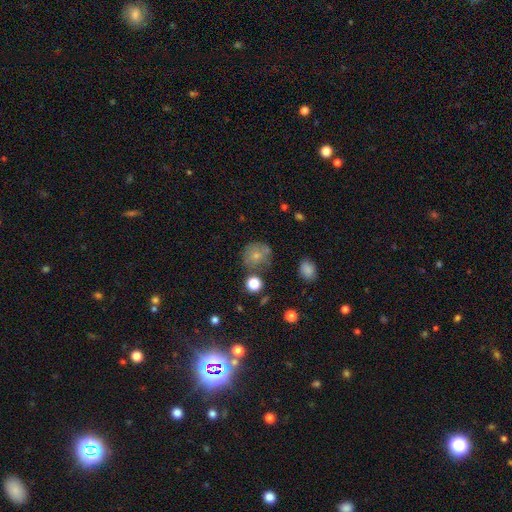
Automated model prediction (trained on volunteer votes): smooth 69%, featured or disk 20%, star or artifact 12%. Down the decision tree: how rounded — round (85%); merging — none (59%).